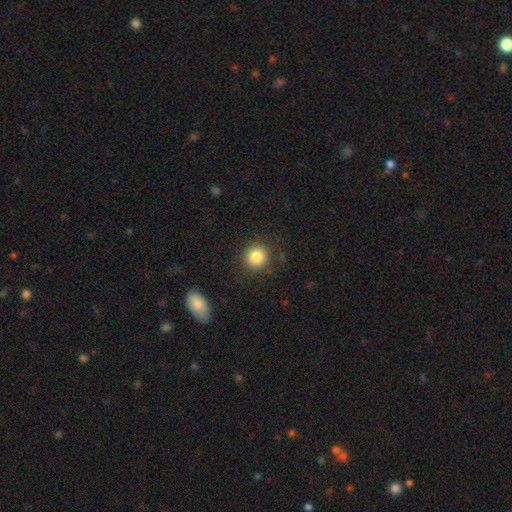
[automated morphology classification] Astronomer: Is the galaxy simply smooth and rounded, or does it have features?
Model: smooth — 85%.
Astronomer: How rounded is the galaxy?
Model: round — 92%.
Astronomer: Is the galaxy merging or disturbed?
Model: none — 87%.